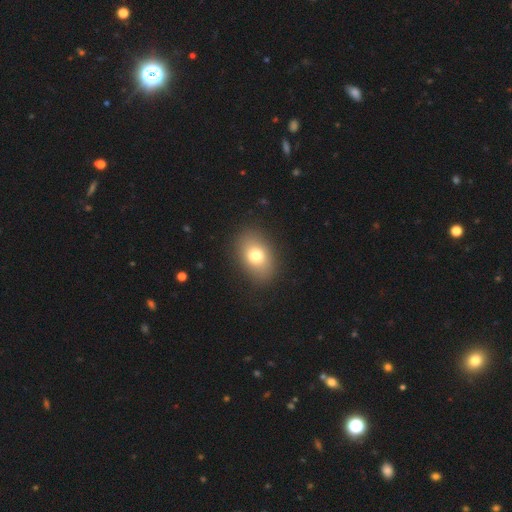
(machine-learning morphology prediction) smooth_or_featured: smooth (p=0.75) [alt: featured or disk p=0.14]
how_rounded: in between (p=0.76) [alt: round p=0.23]
merging: none (p=0.87) [alt: minor disturbance p=0.08]